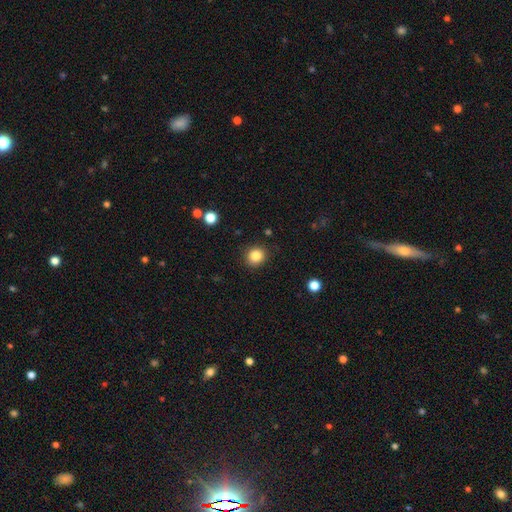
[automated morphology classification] A smooth galaxy with no disk features (85%) that is round (87%).

Vote fractions:
- Smooth or featured? smooth: 85% / star or artifact: 11% / featured or disk: 5%
- How rounded? round: 87% / in between: 12% / cigar-shaped: 1%
- Merging? none: 89% / minor disturbance: 7% / major disturbance: 2% / merger: 1%